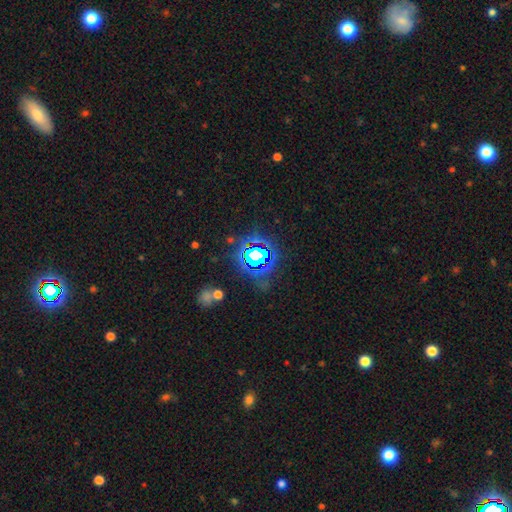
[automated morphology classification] A star or artifact, not a galaxy (73%).

Vote fractions:
- Smooth or featured? star or artifact: 73% / smooth: 16% / featured or disk: 11%